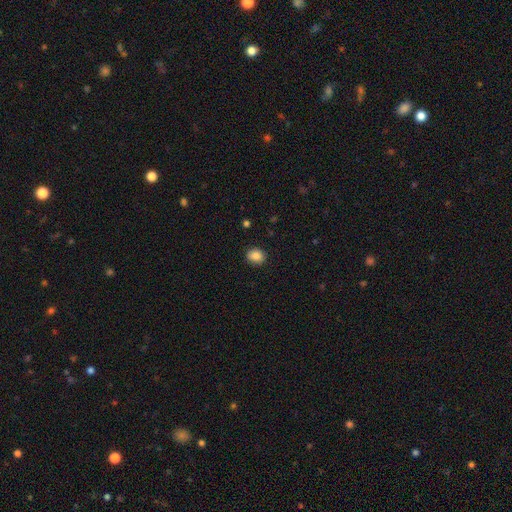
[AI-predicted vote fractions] smooth 86%, star or artifact 9%, featured or disk 5%. Down the decision tree: how rounded — round (65%); merging — none (89%).